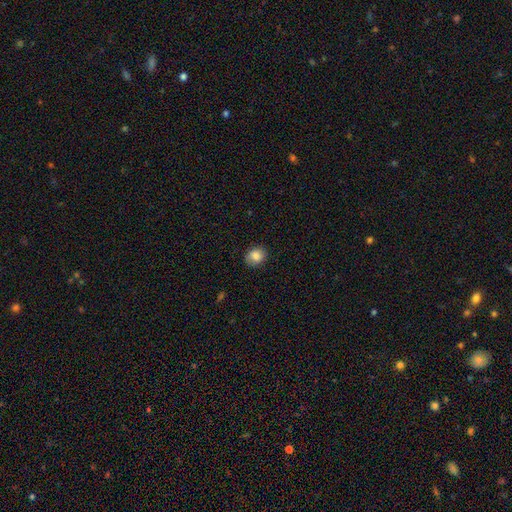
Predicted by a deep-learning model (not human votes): The model was most divided on "how rounded": round: 60%, in between: 39%, cigar-shaped: 1%. More confident: smooth or featured — smooth (85%); merging — none (83%).